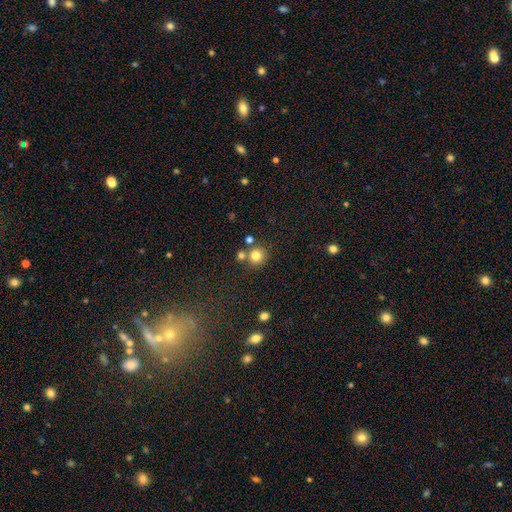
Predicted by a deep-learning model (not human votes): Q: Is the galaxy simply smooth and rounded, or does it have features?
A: smooth — 80%.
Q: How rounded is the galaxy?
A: round — 92%.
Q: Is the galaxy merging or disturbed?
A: none — 72%.